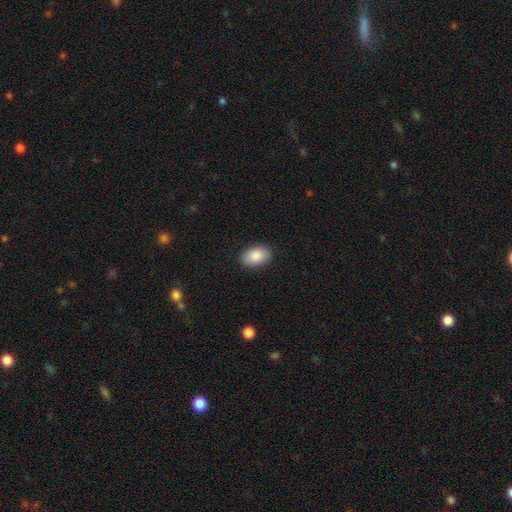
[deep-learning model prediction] smooth 89%, star or artifact 6%, featured or disk 5%. Down the decision tree: how rounded — in between (91%); merging — none (88%).